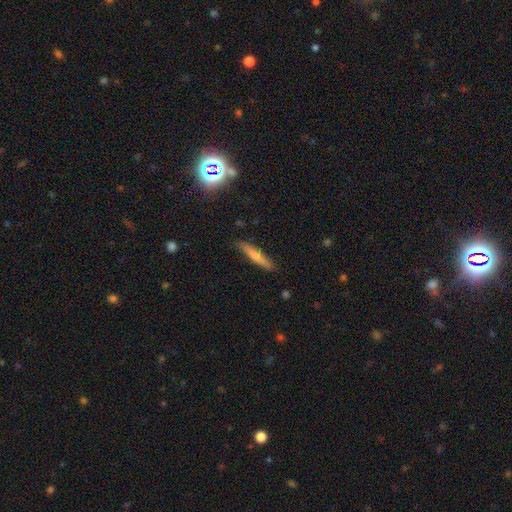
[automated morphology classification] Smooth or featured? Predicted: smooth (p=0.63). How rounded? Predicted: cigar-shaped (p=0.90). Merging? Predicted: none (p=0.85).